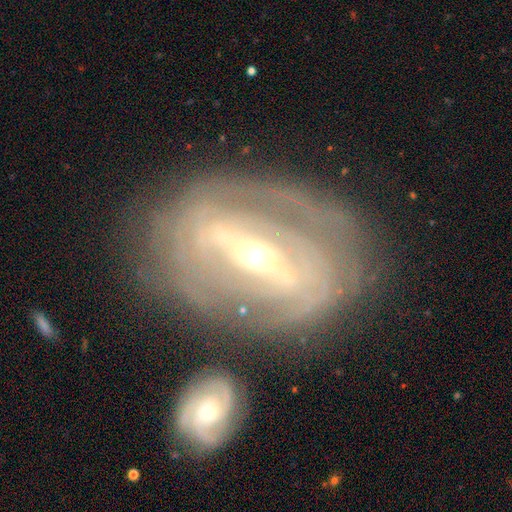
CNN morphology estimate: Smooth or featured?
  - featured or disk: 85% *
  - smooth: 9%
  - star or artifact: 6%
Edge-on disk?
  - no: 91% *
  - yes: 9%
Bar?
  - strong: 62% *
  - weak: 28%
  - no: 10%
Spiral arms?
  - yes: 79% *
  - no: 21%
Spiral winding?
  - tight: 71% *
  - medium: 22%
  - loose: 8%
Spiral arm count?
  - can't tell: 46% *
  - 2: 29%
  - 3: 10%
  - 4: 6%
  - 1: 4%
  - more than 4: 4%
Bulge size?
  - moderate: 49% *
  - small: 47%
  - large: 3%
  - none: 1%
  - dominant: 1%
Merging?
  - none: 69% *
  - minor disturbance: 16%
  - merger: 8%
  - major disturbance: 7%